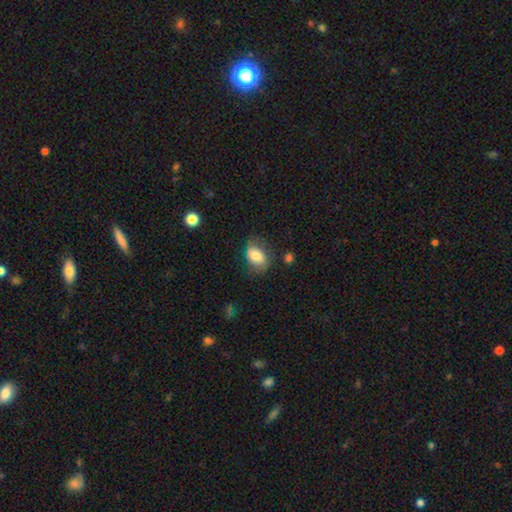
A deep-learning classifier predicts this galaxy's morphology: smooth 75%, featured or disk 18%, star or artifact 7%. Down the decision tree: how rounded — in between (82%); merging — none (62%).